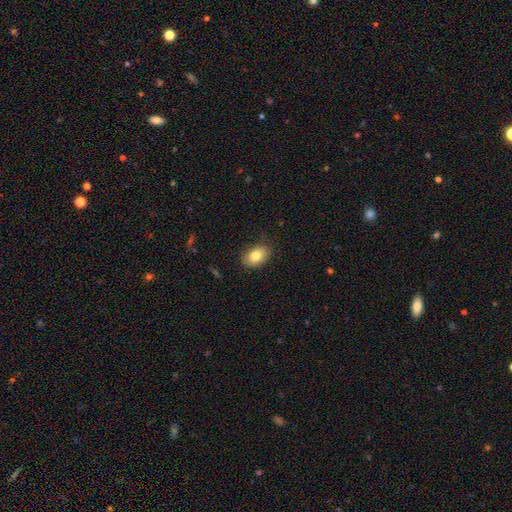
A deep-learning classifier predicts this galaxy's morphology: smooth_or_featured: smooth (p=0.80) [alt: featured or disk p=0.12]
how_rounded: in between (p=0.88) [alt: round p=0.11]
merging: none (p=0.84) [alt: minor disturbance p=0.13]